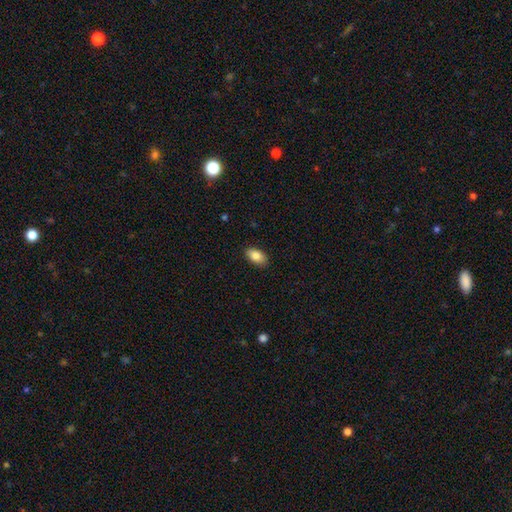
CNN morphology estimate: The model was most divided on "merging": none: 88%, minor disturbance: 9%, major disturbance: 2%, merger: 1%. More confident: how rounded — in between (93%); smooth or featured — smooth (86%).